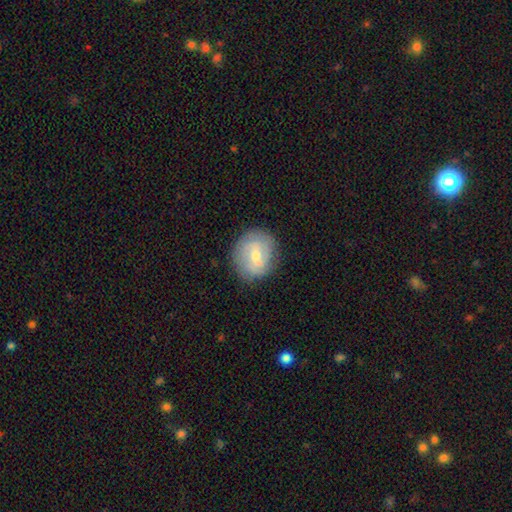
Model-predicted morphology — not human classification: Overall: featured or disk (54%; smooth 38%). Edge-on disk: no (96%). Bar: weak (51%; no 35%). Spiral arms: yes (73%). Bulge size: moderate (49%; small 48%). Merging: none (81%).